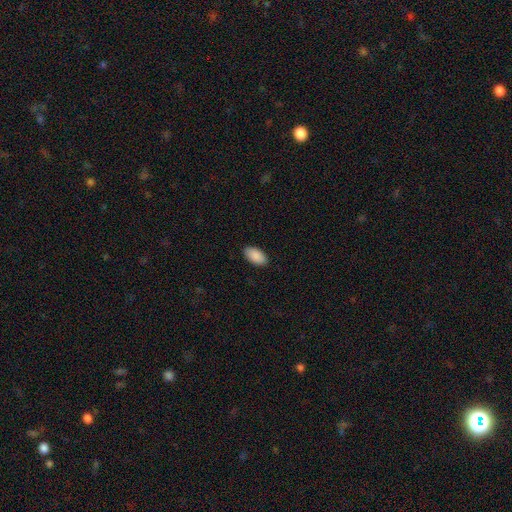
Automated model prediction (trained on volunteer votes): A smooth galaxy with no disk features (90%) that is in between round and cigar-shaped (96%).

Vote fractions:
- Smooth or featured? smooth: 90% / star or artifact: 6% / featured or disk: 4%
- How rounded? in between: 96% / round: 2% / cigar-shaped: 2%
- Merging? none: 89% / minor disturbance: 8% / major disturbance: 2% / merger: 1%